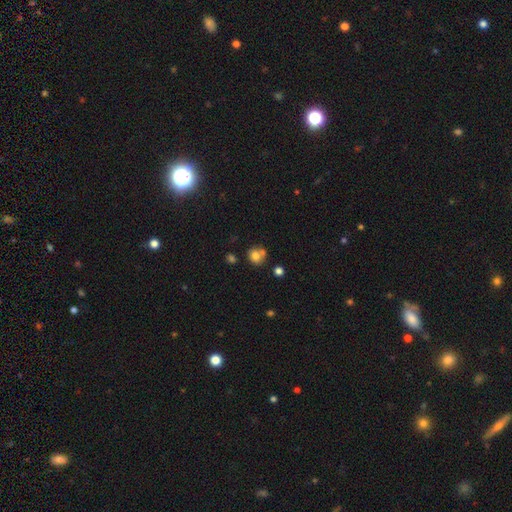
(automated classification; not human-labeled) Smooth or featured?
  - smooth: 76% *
  - featured or disk: 12%
  - star or artifact: 12%
How rounded?
  - round: 78% *
  - in between: 21%
  - cigar-shaped: 1%
Merging?
  - none: 53% *
  - merger: 28%
  - minor disturbance: 14%
  - major disturbance: 5%